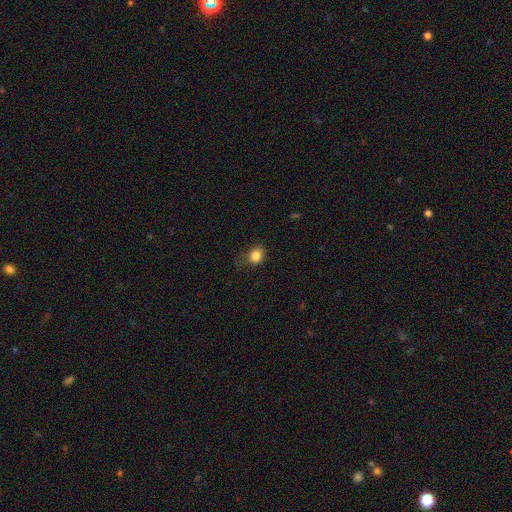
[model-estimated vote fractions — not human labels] This is clearly a smooth galaxy (83%). How rounded: possibly round (58%). Merging: likely none (68%).